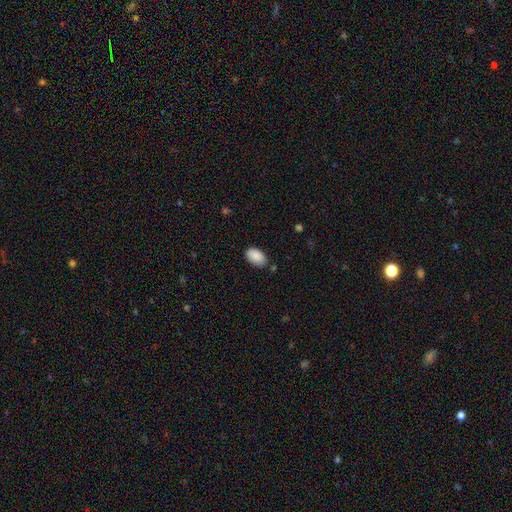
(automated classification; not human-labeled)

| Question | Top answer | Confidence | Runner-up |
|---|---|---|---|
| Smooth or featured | smooth | 89% | star or artifact (6%) |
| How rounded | in between | 93% | round (6%) |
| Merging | none | 79% | minor disturbance (16%) |